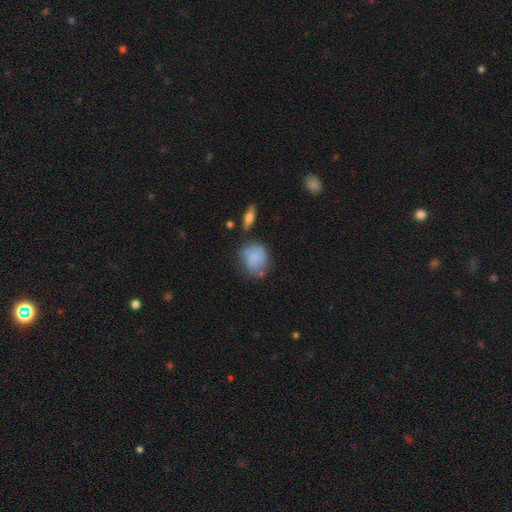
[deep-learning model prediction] Smooth or featured: smooth — 71% (featured or disk — 21%)
How rounded: round — 70% (in between — 29%)
Merging: none — 55% (minor disturbance — 28%)